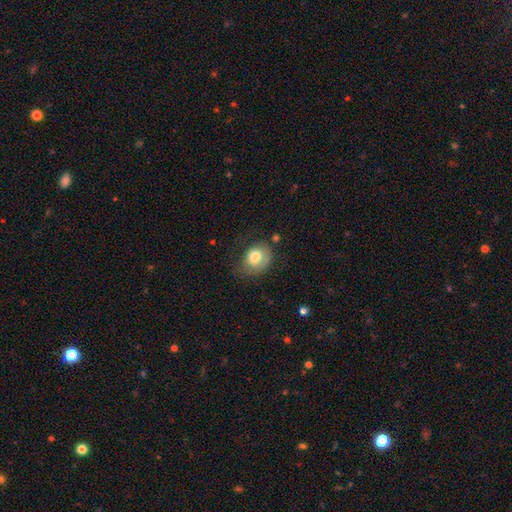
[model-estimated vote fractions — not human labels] Morphology: type=smooth (71%); roundness=round (50%); merging=none (47%).